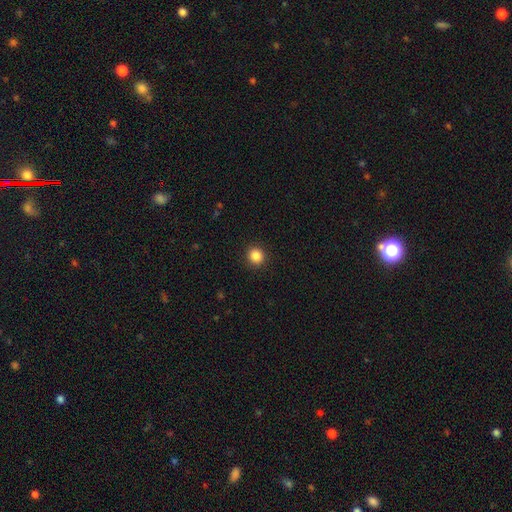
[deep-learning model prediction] A smooth galaxy with no disk features (87%) that is round (89%).

Vote fractions:
- Smooth or featured? smooth: 87% / star or artifact: 10% / featured or disk: 3%
- How rounded? round: 89% / in between: 10% / cigar-shaped: 1%
- Merging? none: 92% / minor disturbance: 5% / major disturbance: 2% / merger: 1%